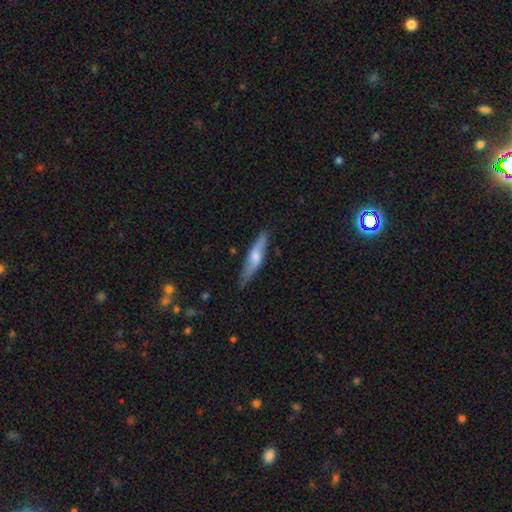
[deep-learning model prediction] This is possibly a featured or disk galaxy (55%). It is clearly viewed edge-on (86%). Merging: clearly none (85%).